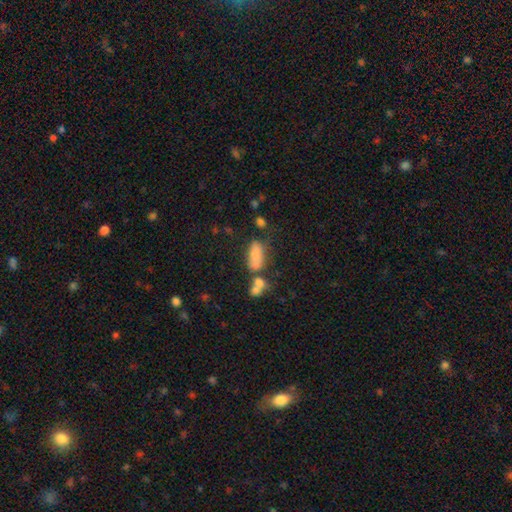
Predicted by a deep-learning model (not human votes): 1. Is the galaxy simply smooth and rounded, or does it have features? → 70% smooth, 19% featured or disk, 10% star or artifact.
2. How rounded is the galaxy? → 83% in between, 11% cigar-shaped, 6% round.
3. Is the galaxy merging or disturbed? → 38% none, 34% merger, 18% minor disturbance, 10% major disturbance.